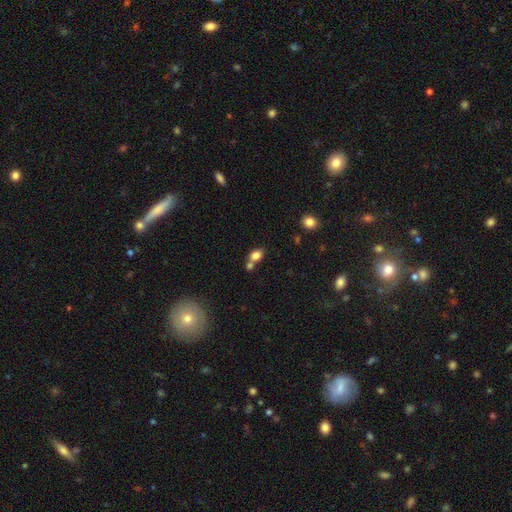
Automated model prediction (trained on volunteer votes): smooth-or-featured: smooth: 80% | star or artifact: 11% | featured or disk: 10%
  how-rounded: in between: 71% | round: 26% | cigar-shaped: 2%
  merging: none: 44% | merger: 40% | minor disturbance: 11% | major disturbance: 4%